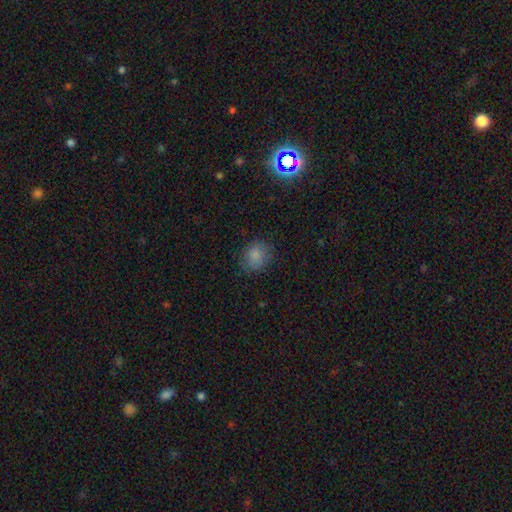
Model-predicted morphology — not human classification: A smooth galaxy with no disk features (83%) that is round (64%).

Vote fractions:
- Smooth or featured? smooth: 83% / star or artifact: 10% / featured or disk: 6%
- How rounded? round: 64% / in between: 35% / cigar-shaped: 1%
- Merging? none: 78% / minor disturbance: 16% / major disturbance: 5% / merger: 1%